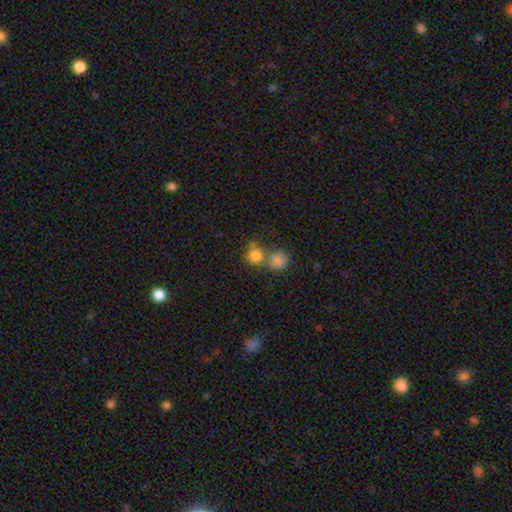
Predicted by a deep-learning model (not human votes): Smooth or featured?
  - smooth: 81% *
  - star or artifact: 11%
  - featured or disk: 8%
How rounded?
  - round: 83% *
  - in between: 16%
  - cigar-shaped: 1%
Merging?
  - merger: 48% *
  - none: 39%
  - minor disturbance: 8%
  - major disturbance: 4%